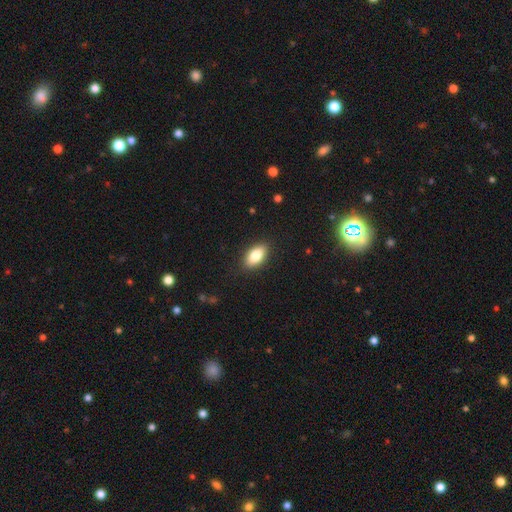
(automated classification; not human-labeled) Smooth or featured?
  - smooth: 81% *
  - featured or disk: 12%
  - star or artifact: 7%
How rounded?
  - in between: 90% *
  - cigar-shaped: 5%
  - round: 5%
Merging?
  - none: 88% *
  - minor disturbance: 9%
  - major disturbance: 2%
  - merger: 1%